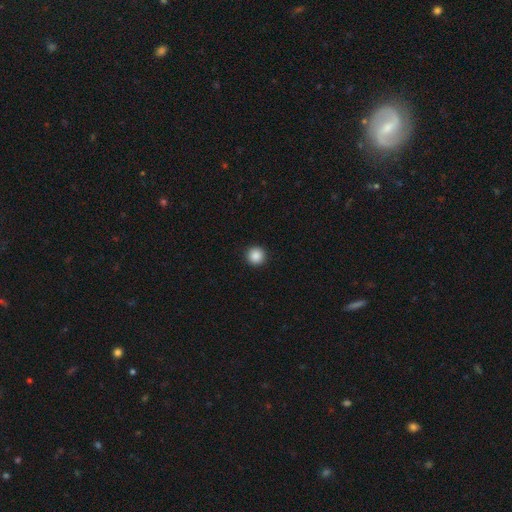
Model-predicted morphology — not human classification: Smooth or featured: smooth — 88% (star or artifact — 9%)
How rounded: round — 96% (in between — 3%)
Merging: none — 93% (minor disturbance — 4%)